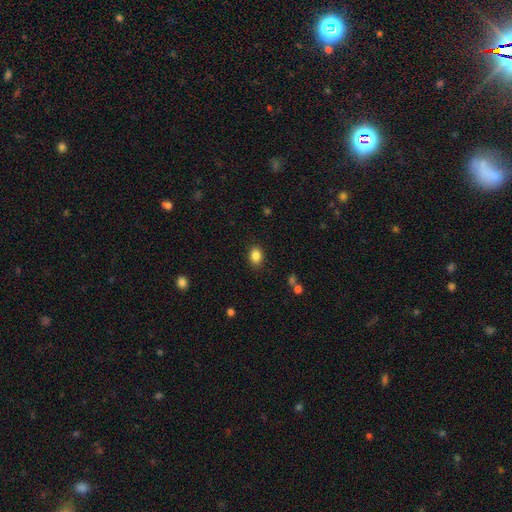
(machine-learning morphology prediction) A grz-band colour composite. It shows a smooth galaxy with no disk features (86%) that is in between round and cigar-shaped (64%). Merging: none (87%).